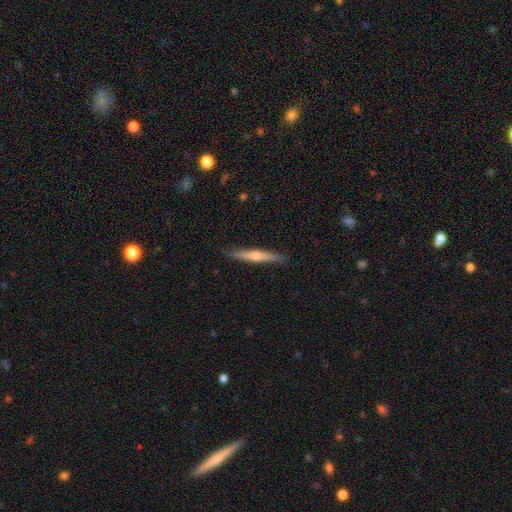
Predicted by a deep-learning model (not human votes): This appears to be a featured or disk galaxy (62%) viewed edge-on (97%) with a rounded central bulge (79%). Merging: none (91%).